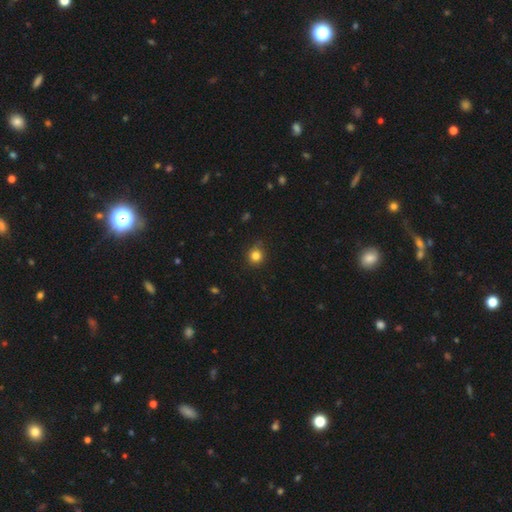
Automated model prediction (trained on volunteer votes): This appears to be a smooth galaxy with no disk features (83%) that is round (89%). Merging: none (78%).